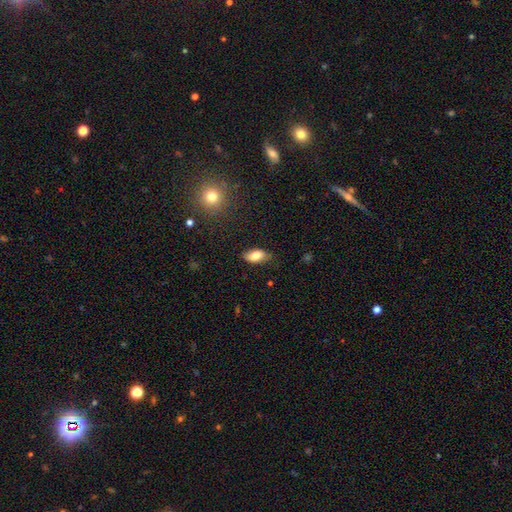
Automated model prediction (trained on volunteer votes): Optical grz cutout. It shows a smooth galaxy with no disk features (78%) that is in between round and cigar-shaped (91%). Merging: none (82%).